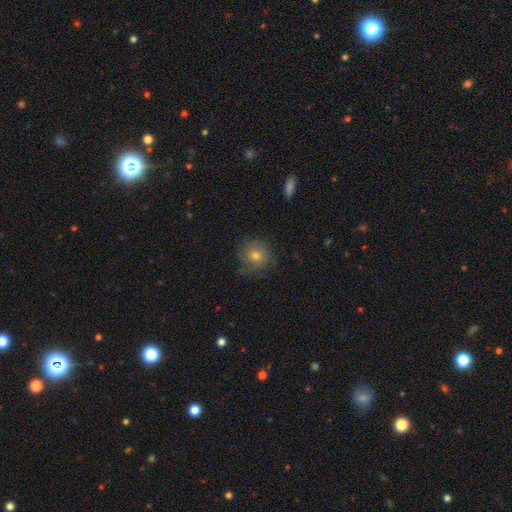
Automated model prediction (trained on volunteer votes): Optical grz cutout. It shows a smooth galaxy with no disk features (65%) that is round (90%). Merging: none (76%).